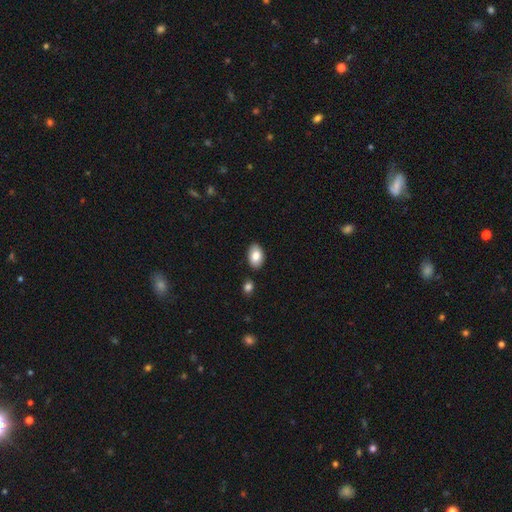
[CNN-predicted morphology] Overall: smooth (82%). How rounded: in between (91%). Merging: none (85%).